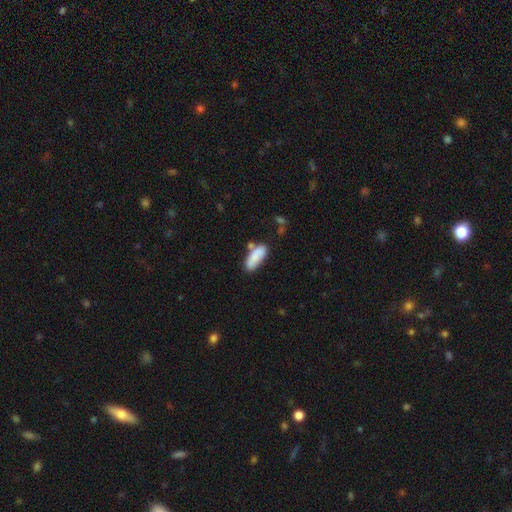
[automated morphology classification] A smooth galaxy with no disk features (80%) that is in between round and cigar-shaped (73%). Merging: none (56%).